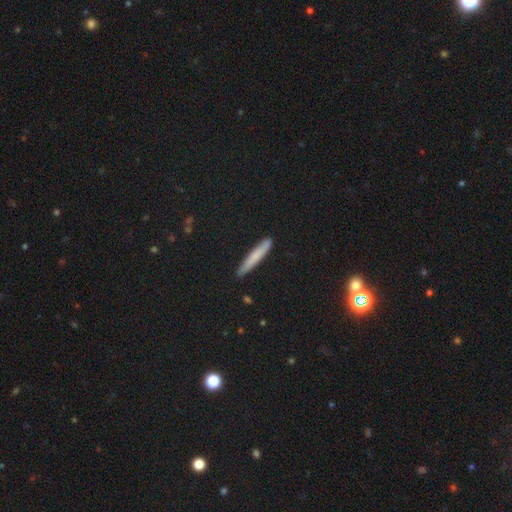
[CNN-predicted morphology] smooth-or-featured: smooth: 70% | featured or disk: 23% | star or artifact: 7%
  how-rounded: cigar-shaped: 95% | in between: 4% | round: 1%
  merging: none: 88% | minor disturbance: 9% | major disturbance: 2% | merger: 1%